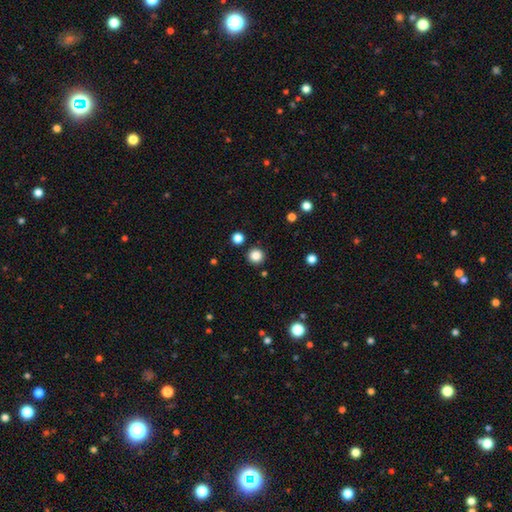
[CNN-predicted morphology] smooth-or-featured: smooth: 85% | star or artifact: 12% | featured or disk: 4%
  how-rounded: round: 95% | in between: 4% | cigar-shaped: 1%
  merging: none: 90% | minor disturbance: 5% | merger: 2% | major disturbance: 2%